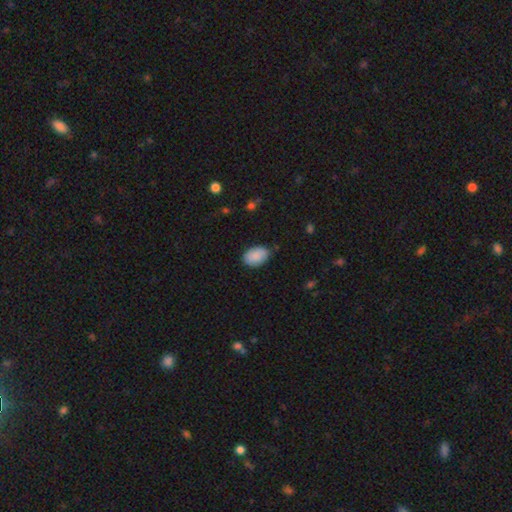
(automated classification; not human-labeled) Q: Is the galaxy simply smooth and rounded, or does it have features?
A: smooth — 89%.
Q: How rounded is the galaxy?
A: in between — 90%.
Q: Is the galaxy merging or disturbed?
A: none — 81%.